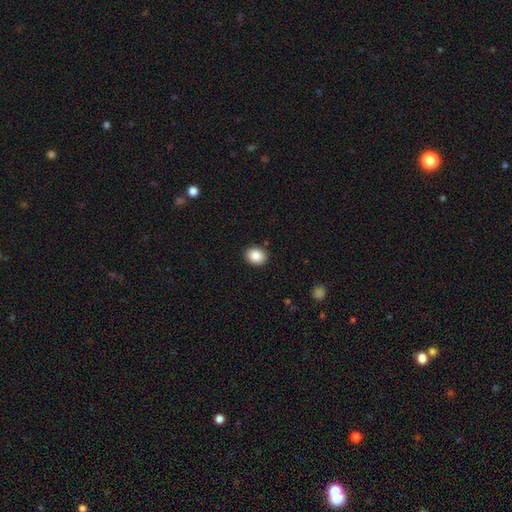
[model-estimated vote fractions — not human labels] The model was most divided on "how rounded": round: 51%, in between: 48%, cigar-shaped: 1%. More confident: merging — none (90%); smooth or featured — smooth (87%).